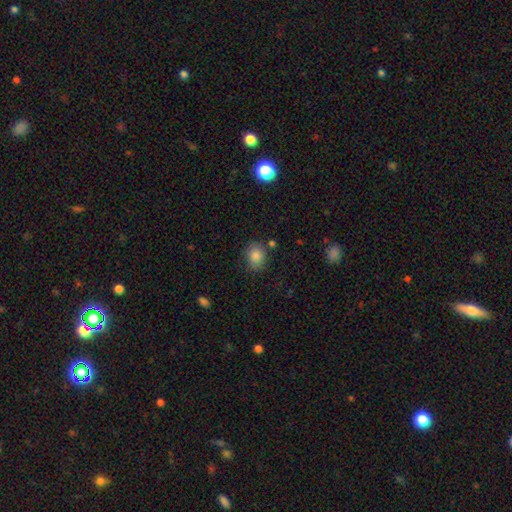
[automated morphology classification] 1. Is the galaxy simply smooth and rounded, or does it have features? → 84% smooth, 9% star or artifact, 7% featured or disk.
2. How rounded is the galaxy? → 50% round, 49% in between, 1% cigar-shaped.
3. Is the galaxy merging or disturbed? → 75% none, 16% minor disturbance, 5% merger, 4% major disturbance.